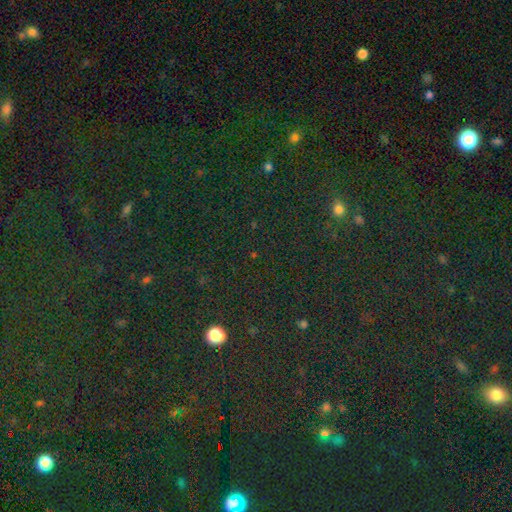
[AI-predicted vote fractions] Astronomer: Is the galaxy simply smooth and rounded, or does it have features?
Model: star or artifact — 75%.